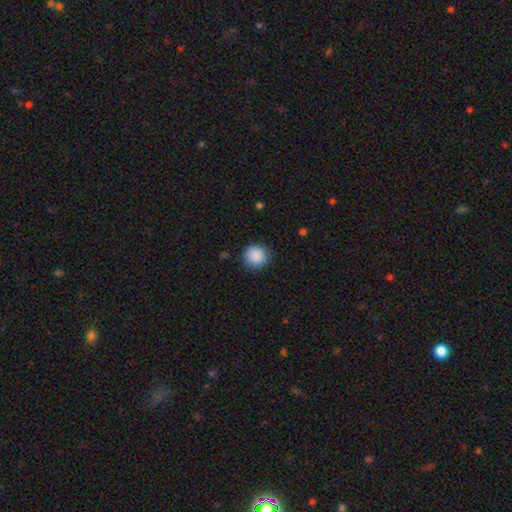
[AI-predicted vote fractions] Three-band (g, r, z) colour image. It shows a smooth galaxy with no disk features (89%) that is round (93%). Merging: none (89%).